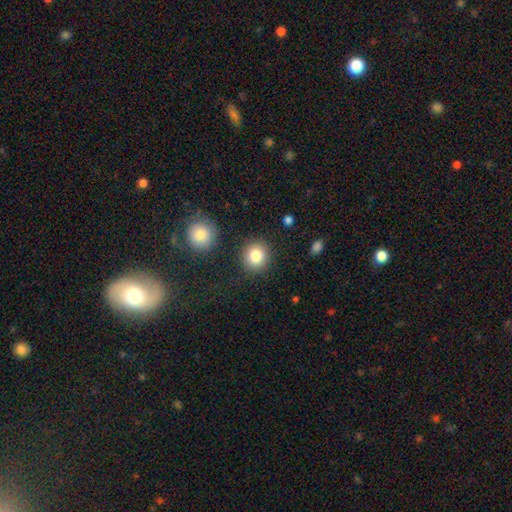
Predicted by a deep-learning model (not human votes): Smooth or featured? smooth (83%)
How rounded? round (90%)
Merging? none (87%)